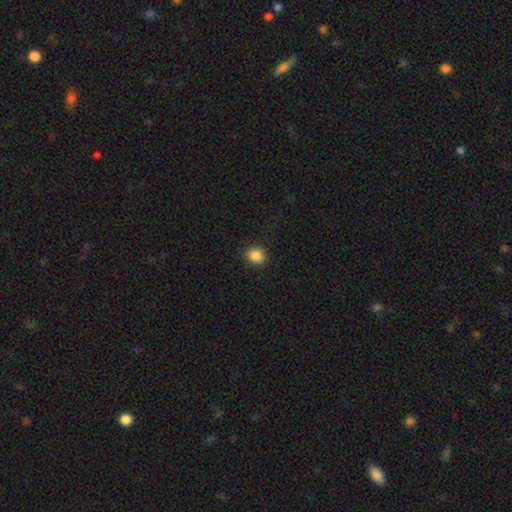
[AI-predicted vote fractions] smooth-or-featured: smooth: 87% | star or artifact: 10% | featured or disk: 3%
  how-rounded: round: 78% | in between: 21% | cigar-shaped: 1%
  merging: none: 89% | minor disturbance: 8% | major disturbance: 2% | merger: 1%